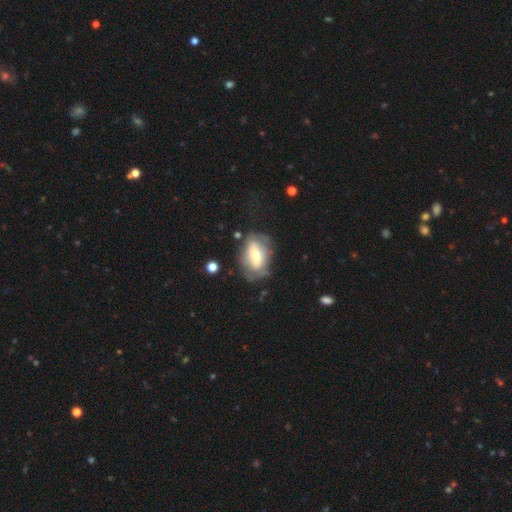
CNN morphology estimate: Smooth or featured? Predicted: smooth (p=0.52). How rounded? Predicted: in between (p=0.83). Merging? Predicted: none (p=0.58).